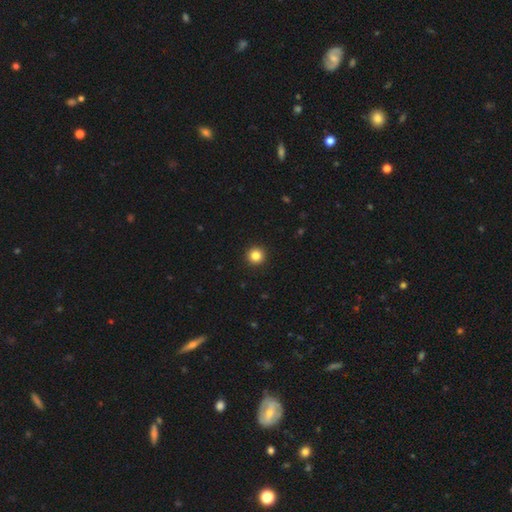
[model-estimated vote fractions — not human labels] Morphology: type=smooth (84%); roundness=round (96%); merging=none (94%).